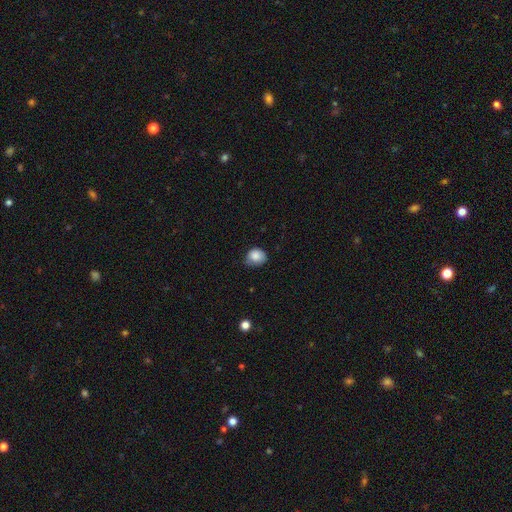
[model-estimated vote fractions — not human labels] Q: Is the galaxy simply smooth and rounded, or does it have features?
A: smooth — 84%.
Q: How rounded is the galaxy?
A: round — 67%.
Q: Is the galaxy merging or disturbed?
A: none — 60%.